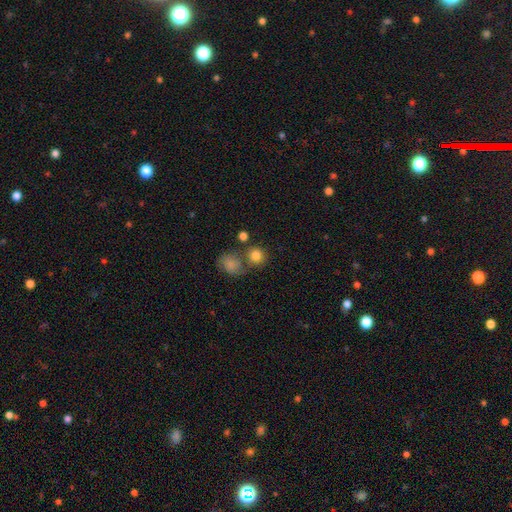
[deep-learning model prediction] Morphology: type=smooth (82%); roundness=round (84%); merging=none (59%).